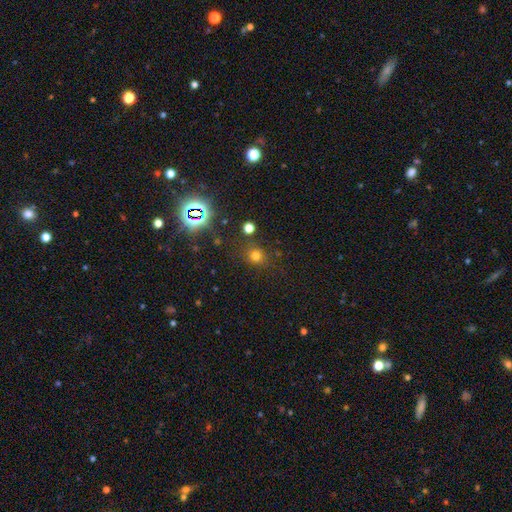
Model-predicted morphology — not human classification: A smooth galaxy with no disk features (69%) that is round (84%). Merging: none (79%).